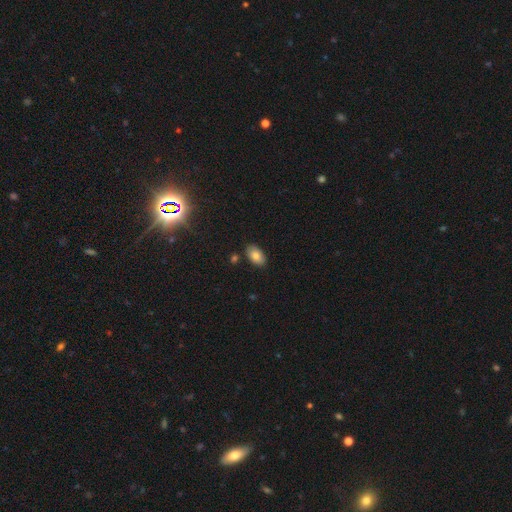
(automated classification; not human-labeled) A smooth galaxy with no disk features (82%) that is in between round and cigar-shaped (93%).

Vote fractions:
- Smooth or featured? smooth: 82% / featured or disk: 9% / star or artifact: 8%
- How rounded? in between: 93% / round: 5% / cigar-shaped: 1%
- Merging? none: 85% / minor disturbance: 10% / merger: 3% / major disturbance: 2%